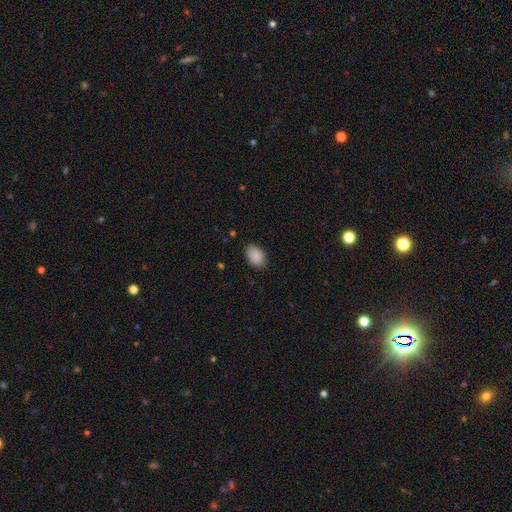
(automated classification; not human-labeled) Smooth or featured? Predicted: smooth (p=0.90). How rounded? Predicted: in between (p=0.88). Merging? Predicted: none (p=0.85).